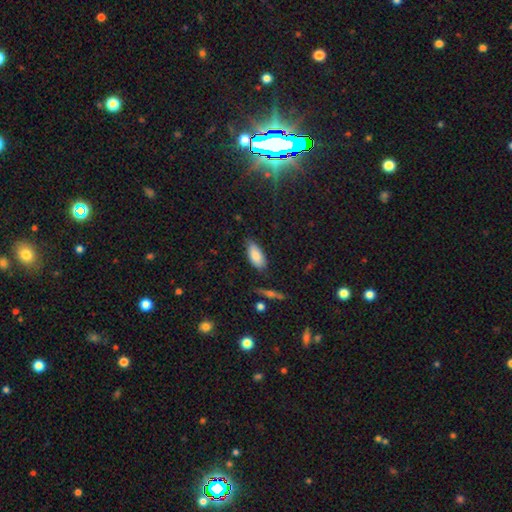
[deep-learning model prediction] This appears to be a smooth galaxy with no disk features (83%) that is in between round and cigar-shaped (87%). Merging: none (78%).